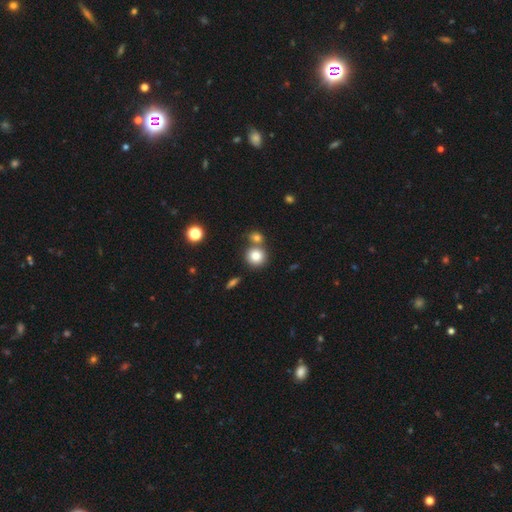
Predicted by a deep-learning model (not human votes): Q: Smooth or featured?
A: smooth (82%); runner-up: star or artifact (10%)
Q: How rounded?
A: round (88%); runner-up: in between (11%)
Q: Merging?
A: none (64%); runner-up: merger (25%)